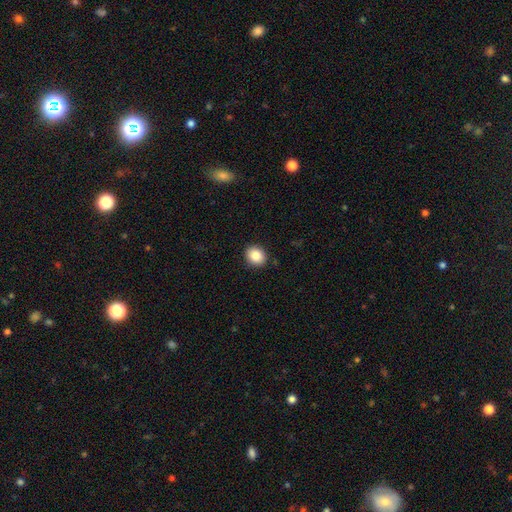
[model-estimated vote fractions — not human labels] Overall: smooth (86%). How rounded: round (69%; in between 30%). Merging: none (91%).